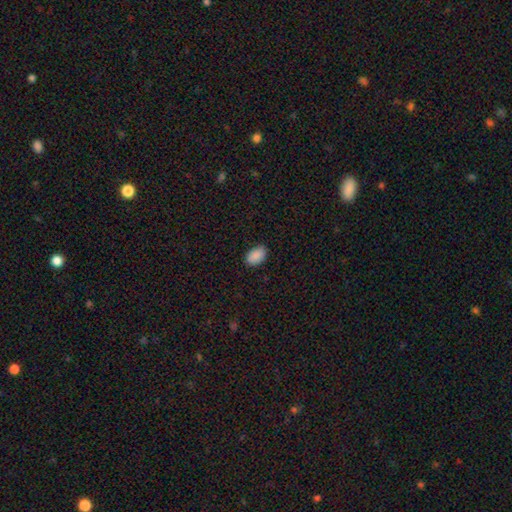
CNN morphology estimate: Overall: smooth (89%). How rounded: in between (89%). Merging: none (84%).